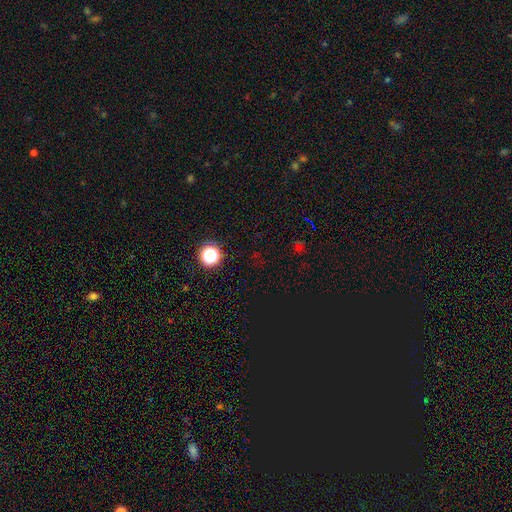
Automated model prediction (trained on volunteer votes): Smooth or featured?
  - star or artifact: 66% *
  - smooth: 27%
  - featured or disk: 7%